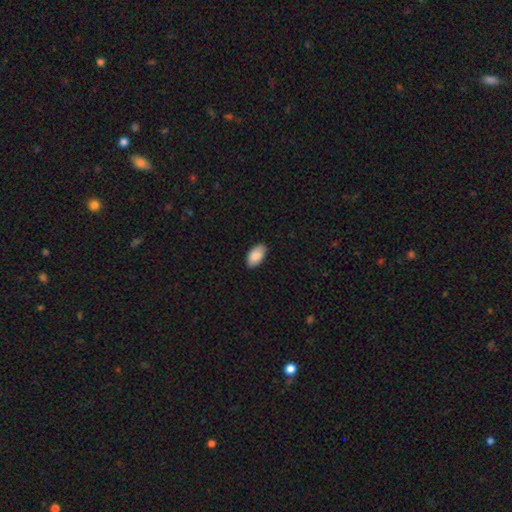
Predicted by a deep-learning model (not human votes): Smooth or featured?
  - smooth: 89% *
  - star or artifact: 6%
  - featured or disk: 5%
How rounded?
  - in between: 95% *
  - round: 3%
  - cigar-shaped: 2%
Merging?
  - none: 85% *
  - minor disturbance: 12%
  - major disturbance: 2%
  - merger: 1%